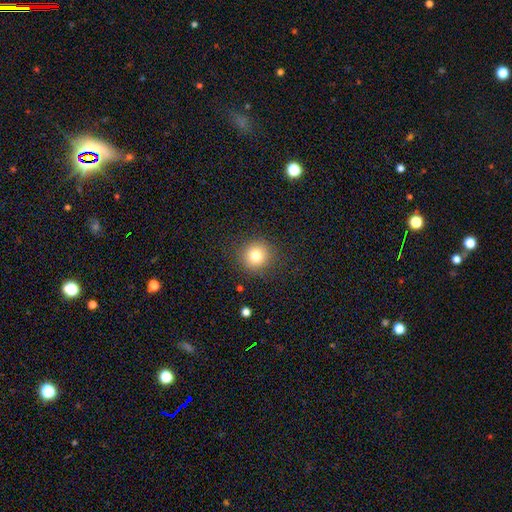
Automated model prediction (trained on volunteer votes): Smooth or featured? smooth (79%)
How rounded? round (90%)
Merging? none (89%)